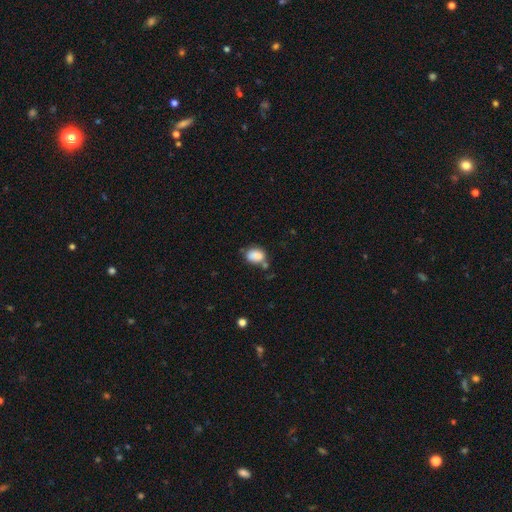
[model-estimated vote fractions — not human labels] Morphology: type=smooth (85%); roundness=in between (70%); merging=none (53%).